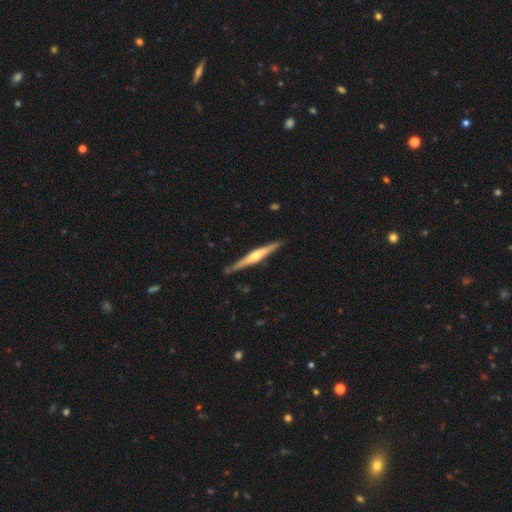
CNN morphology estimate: The model was most divided on "smooth or featured": featured or disk: 71%, smooth: 24%, star or artifact: 5%. More confident: edge-on disk — yes (98%); merging — none (87%); edge-on bulge — rounded (87%).